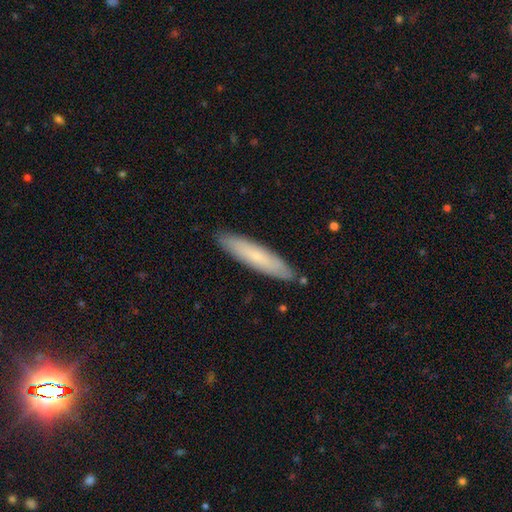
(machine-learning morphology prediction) This appears to be a smooth galaxy with no disk features (65%) that is cigar-shaped (86%). Merging: none (88%).